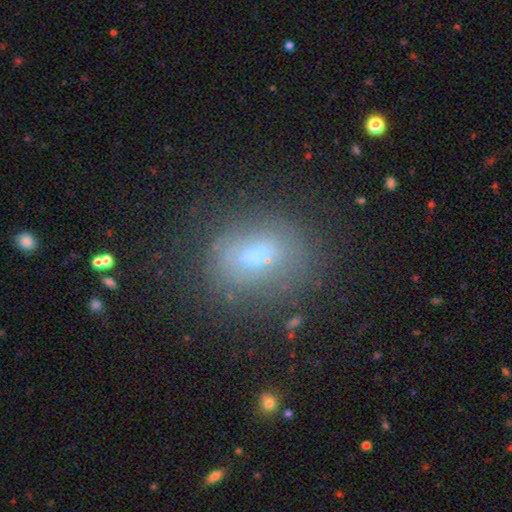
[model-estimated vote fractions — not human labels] Morphology: type=smooth (48%); merging=none (55%).